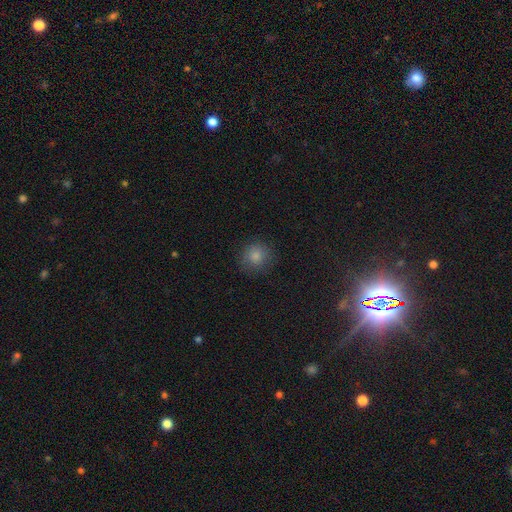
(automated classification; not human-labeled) Smooth or featured: smooth — 83% (star or artifact — 11%)
How rounded: round — 91% (in between — 8%)
Merging: none — 83% (minor disturbance — 12%)